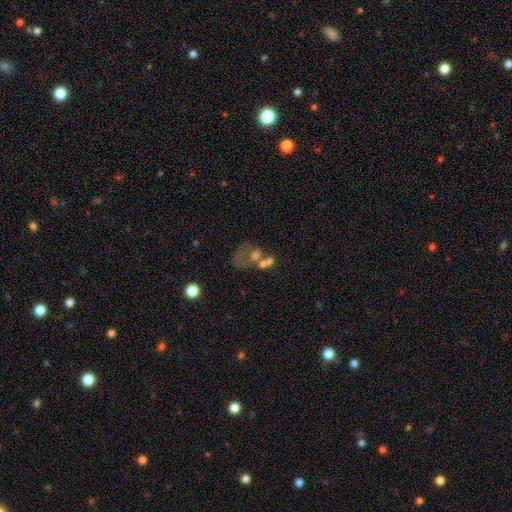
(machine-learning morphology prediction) Smooth or featured? featured or disk (41%)
Merging? merger (35%)